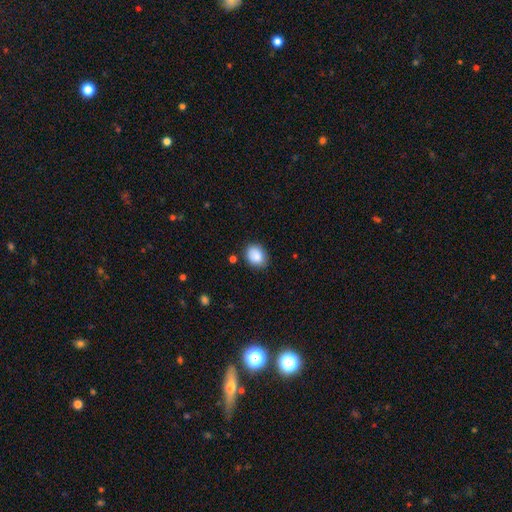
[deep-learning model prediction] smooth_or_featured: smooth (p=0.88) [alt: star or artifact p=0.08]
how_rounded: in between (p=0.55) [alt: round p=0.44]
merging: none (p=0.81) [alt: minor disturbance p=0.14]